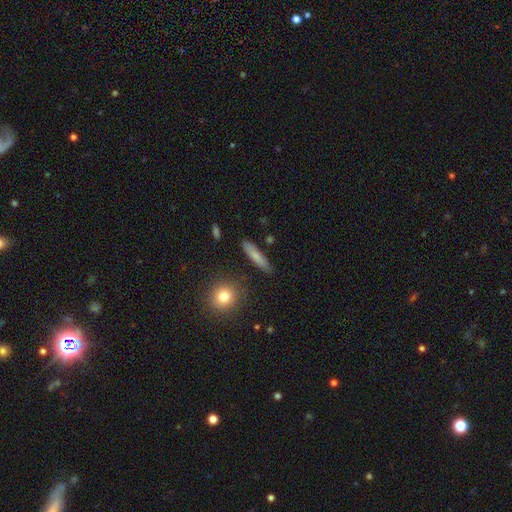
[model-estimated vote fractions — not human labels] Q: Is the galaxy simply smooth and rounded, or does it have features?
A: smooth — 74%.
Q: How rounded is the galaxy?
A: cigar-shaped — 81%.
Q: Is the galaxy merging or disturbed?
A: none — 86%.